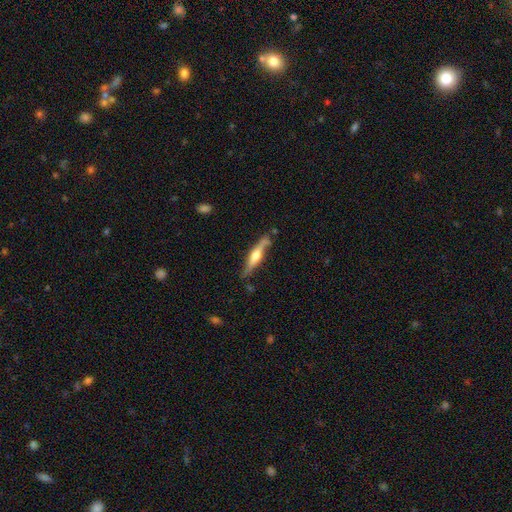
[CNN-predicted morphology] Smooth or featured?
  - featured or disk: 64% *
  - smooth: 31%
  - star or artifact: 5%
Edge-on disk?
  - yes: 91% *
  - no: 9%
Edge-on bulge?
  - rounded: 86% *
  - boxy: 9%
  - none: 5%
Merging?
  - none: 69% *
  - minor disturbance: 21%
  - merger: 5%
  - major disturbance: 5%